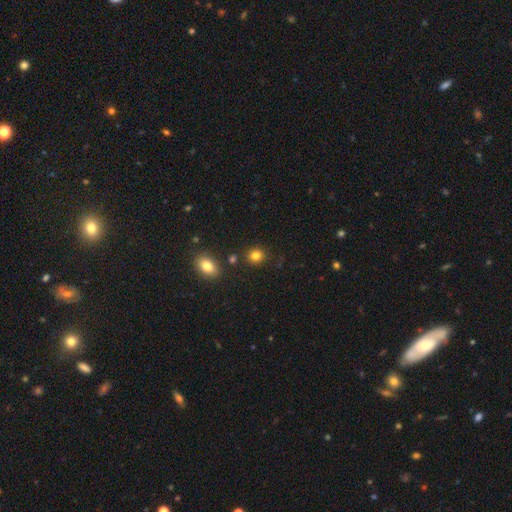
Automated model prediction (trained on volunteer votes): This appears to be a smooth galaxy with no disk features (83%) that is round (80%). Merging: none (85%).